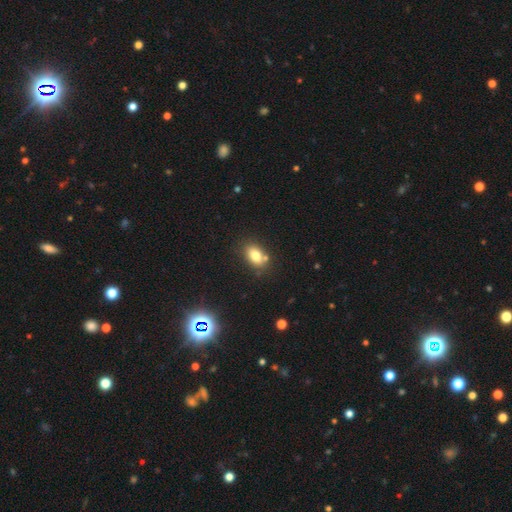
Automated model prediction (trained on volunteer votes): smooth-or-featured: smooth: 80% | star or artifact: 10% | featured or disk: 10%
  how-rounded: in between: 82% | round: 16% | cigar-shaped: 2%
  merging: none: 73% | minor disturbance: 13% | merger: 11% | major disturbance: 3%